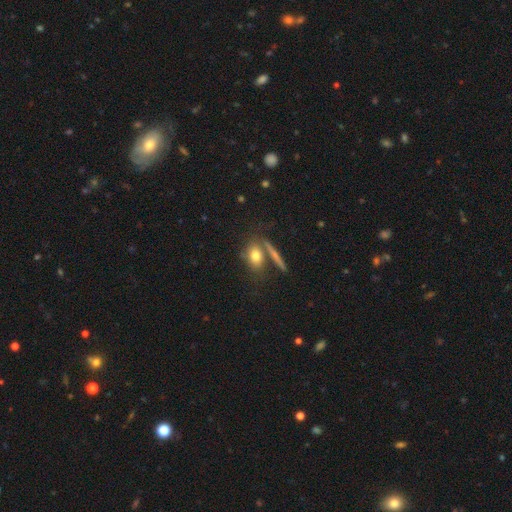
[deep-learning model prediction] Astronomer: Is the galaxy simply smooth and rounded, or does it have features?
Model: smooth — 74%.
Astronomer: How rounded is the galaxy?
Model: in between — 59%.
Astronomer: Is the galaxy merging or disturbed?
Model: none — 61%.